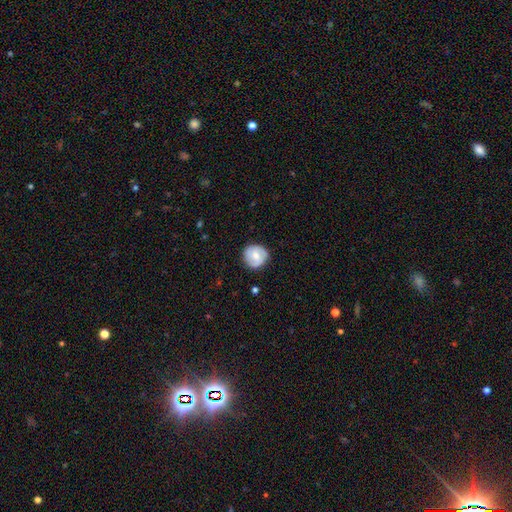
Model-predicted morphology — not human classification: The model was most divided on "smooth or featured": smooth: 53%, featured or disk: 40%, star or artifact: 7%. More confident: how rounded — round (90%); merging — none (80%).